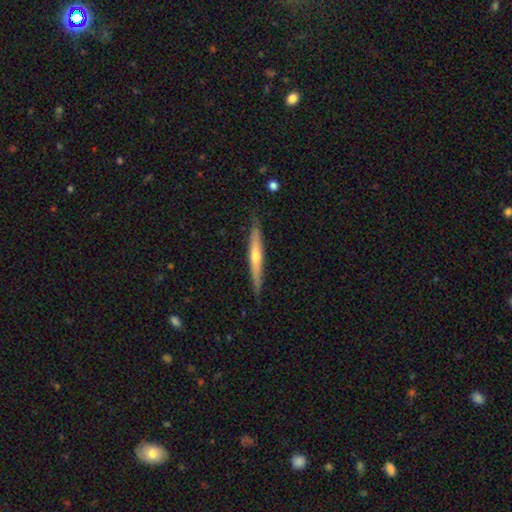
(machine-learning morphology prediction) smooth-or-featured: featured or disk: 56% | smooth: 39% | star or artifact: 5%
  disk-edge-on: yes: 94% | no: 6%
    edge-on-bulge: rounded: 71% | none: 25% | boxy: 4%
  merging: none: 84% | minor disturbance: 13% | major disturbance: 2% | merger: 1%